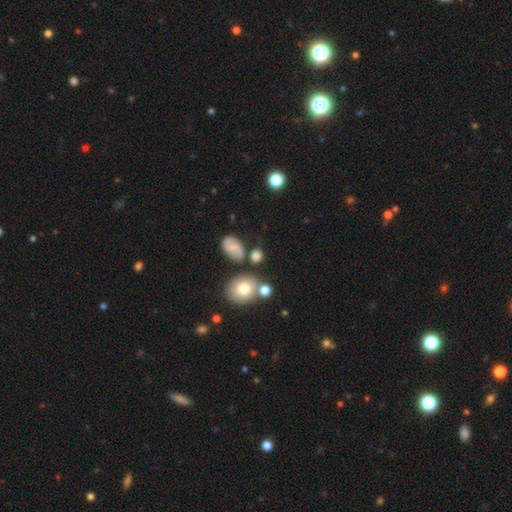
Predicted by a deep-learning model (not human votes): Q: Smooth or featured?
A: smooth (70%); runner-up: featured or disk (18%)
Q: How rounded?
A: round (59%); runner-up: in between (39%)
Q: Merging?
A: none (61%); runner-up: minor disturbance (16%)